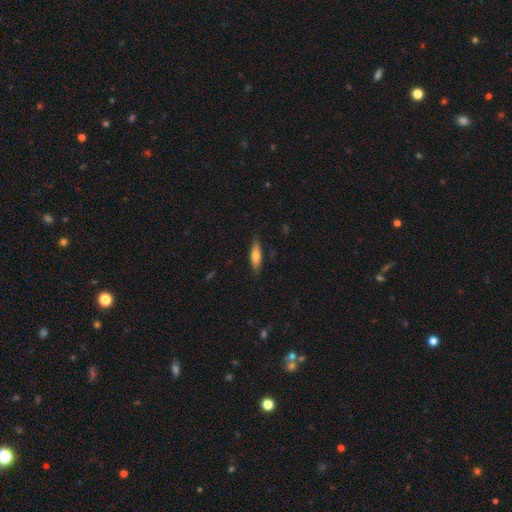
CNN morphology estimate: Smooth or featured: smooth — 66% (featured or disk — 28%)
How rounded: cigar-shaped — 64% (in between — 34%)
Merging: none — 85% (minor disturbance — 12%)